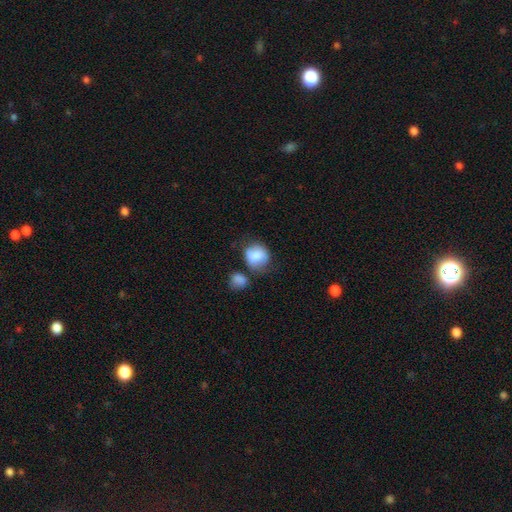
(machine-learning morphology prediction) This is likely a smooth galaxy (78%). How rounded: likely round (70%). Merging: possibly none (53%).